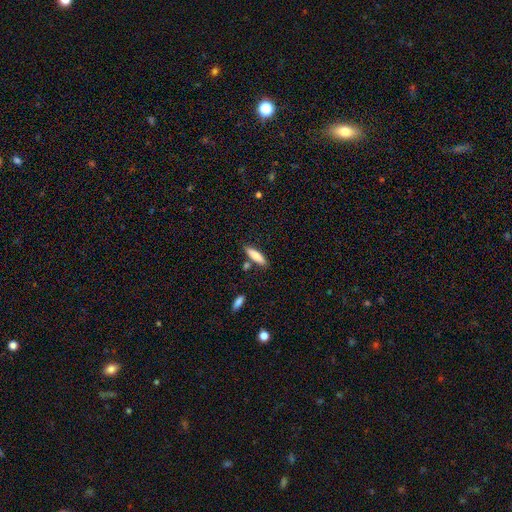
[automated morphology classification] smooth 76%, featured or disk 17%, star or artifact 6%. Down the decision tree: how rounded — cigar-shaped (62%); merging — none (78%).